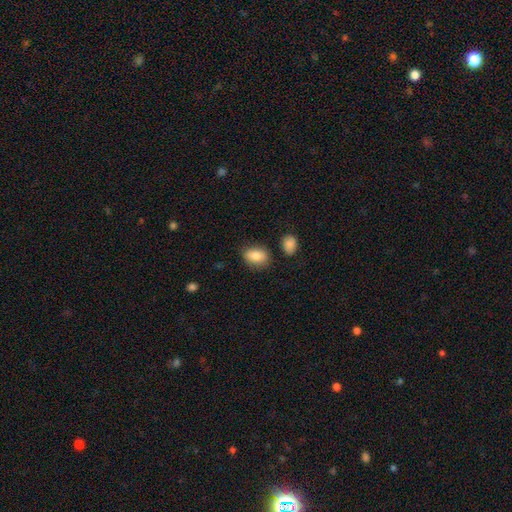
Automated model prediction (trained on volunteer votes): Morphology: type=smooth (84%); roundness=in between (78%); merging=none (80%).